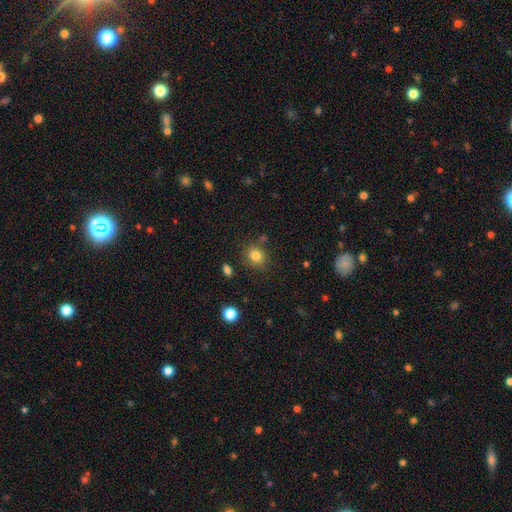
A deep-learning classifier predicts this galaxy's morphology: A smooth galaxy with no disk features (82%) that is round (75%).

Vote fractions:
- Smooth or featured? smooth: 82% / star or artifact: 11% / featured or disk: 6%
- How rounded? round: 75% / in between: 25% / cigar-shaped: 1%
- Merging? none: 80% / minor disturbance: 11% / merger: 5% / major disturbance: 4%